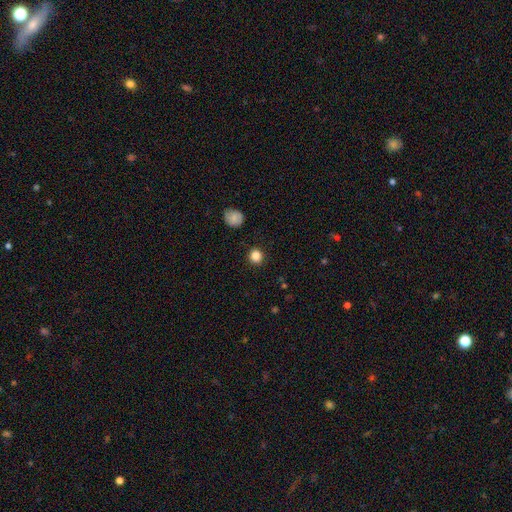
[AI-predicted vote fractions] Q: Smooth or featured?
A: smooth (85%); runner-up: star or artifact (11%)
Q: How rounded?
A: round (90%); runner-up: in between (9%)
Q: Merging?
A: none (91%); runner-up: minor disturbance (6%)